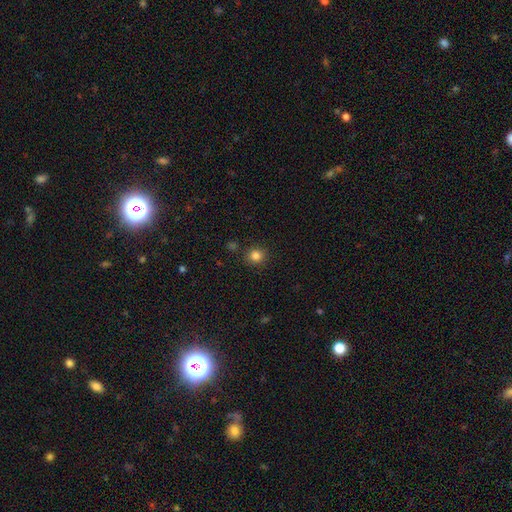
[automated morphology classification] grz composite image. It shows a smooth galaxy with no disk features (82%) that is round (89%). Merging: none (89%).